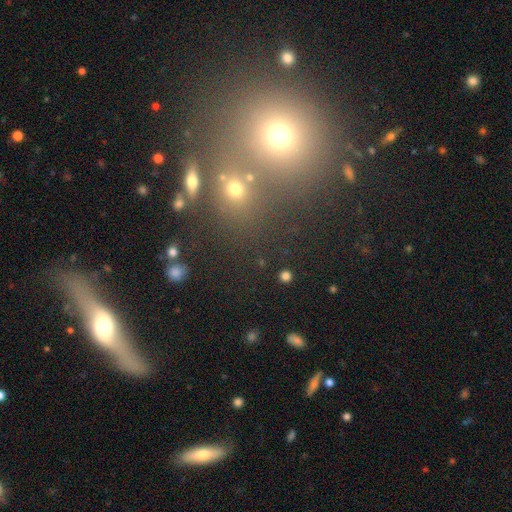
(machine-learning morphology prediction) smooth_or_featured: smooth (p=0.37) [alt: star or artifact p=0.35]
merging: none (p=0.70) [alt: merger p=0.15]